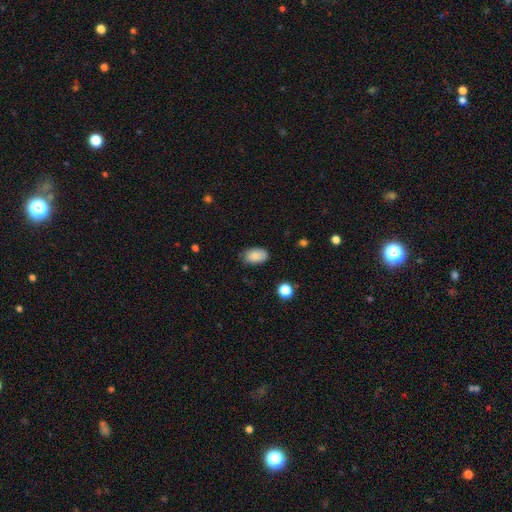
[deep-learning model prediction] smooth 85%, star or artifact 8%, featured or disk 7%. Down the decision tree: how rounded — in between (92%); merging — none (74%).